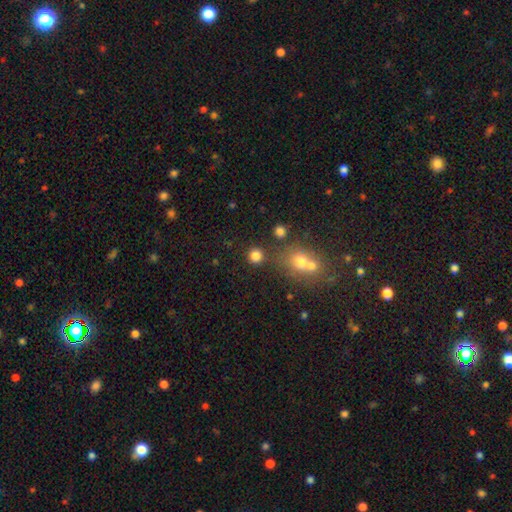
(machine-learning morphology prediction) A smooth galaxy with no disk features (81%) that is round (90%).

Vote fractions:
- Smooth or featured? smooth: 81% / star or artifact: 14% / featured or disk: 6%
- How rounded? round: 90% / in between: 9% / cigar-shaped: 1%
- Merging? none: 78% / merger: 11% / minor disturbance: 8% / major disturbance: 4%